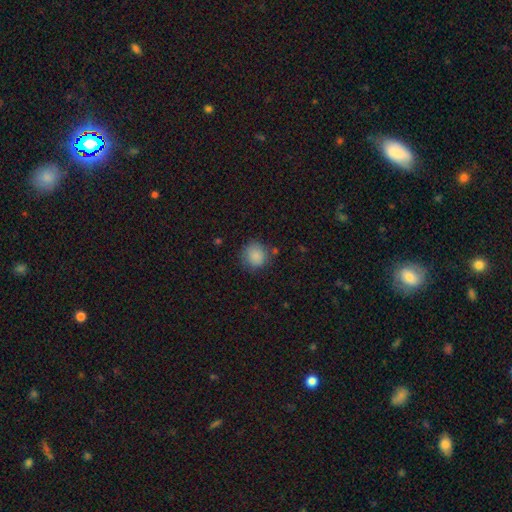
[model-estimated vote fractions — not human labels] This appears to be a smooth galaxy with no disk features (86%) that is round (90%). Merging: none (79%).